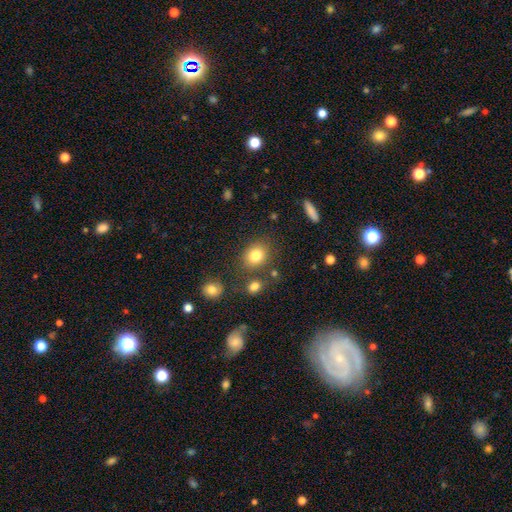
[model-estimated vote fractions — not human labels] Smooth or featured? Predicted: smooth (p=0.81). How rounded? Predicted: round (p=0.60). Merging? Predicted: none (p=0.78).